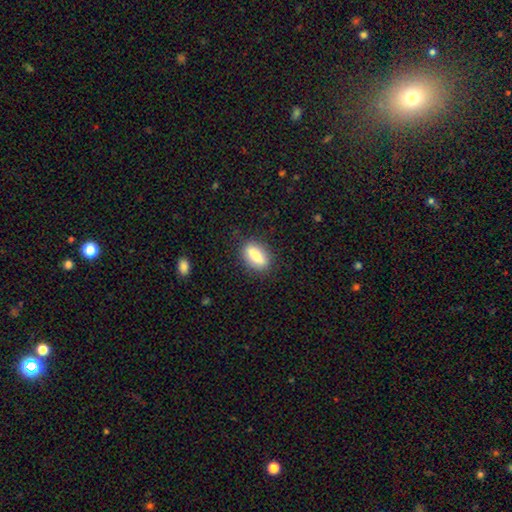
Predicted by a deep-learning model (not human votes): Morphology: type=smooth (77%); roundness=in between (69%); merging=none (84%).